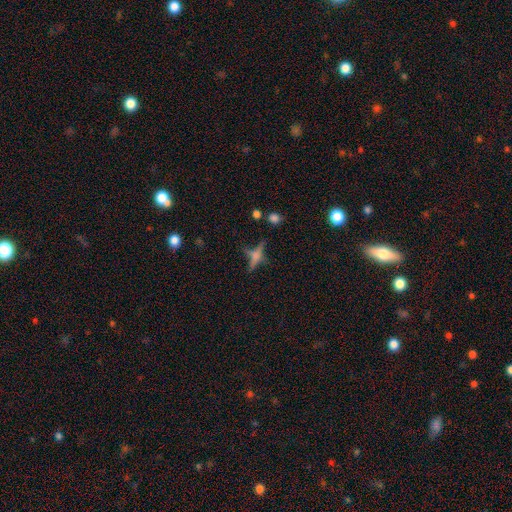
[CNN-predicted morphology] The model was most divided on "smooth or featured": smooth: 42%, featured or disk: 40%, star or artifact: 18%. More confident: merging — none (65%).